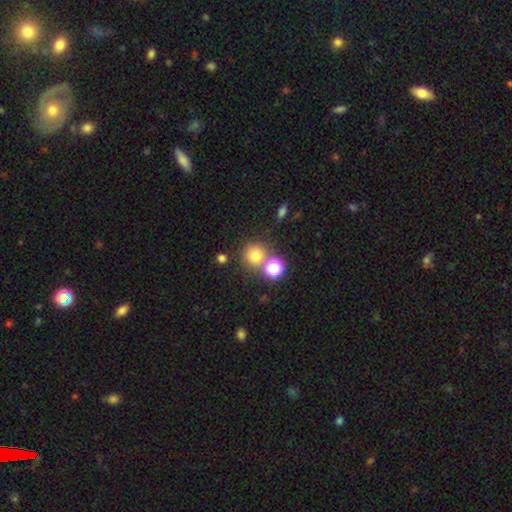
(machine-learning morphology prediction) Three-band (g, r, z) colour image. It shows a smooth galaxy with no disk features (74%) that is round (91%). Merging: none (69%).